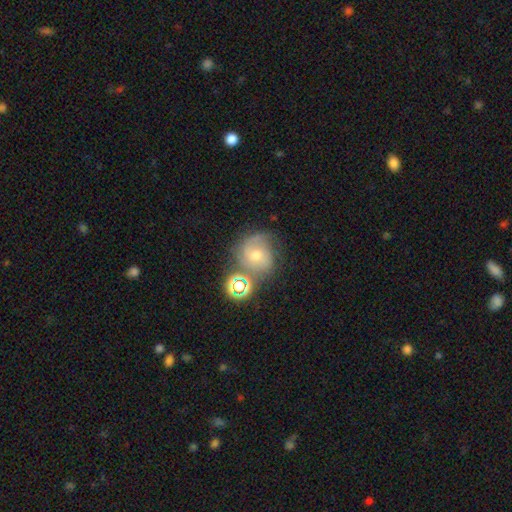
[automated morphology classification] A featured or disk galaxy (61%) with no bar (66%), 2 (52%) medium (44%) spiral arms (90%) and a moderate central bulge (54%).

Vote fractions:
- Smooth or featured? featured or disk: 61% / smooth: 22% / star or artifact: 17%
- Edge-on disk? no: 97% / yes: 3%
- Bar? no: 66% / weak: 28% / strong: 6%
- Spiral arms? yes: 90% / no: 10%
- Spiral winding? medium: 44% / tight: 39% / loose: 17%
- Spiral arm count? 2: 52% / can't tell: 20% / 3: 13% / 1: 10% / 4: 3% / more than 4: 3%
- Bulge size? moderate: 54% / small: 40% / large: 3% / none: 2% / dominant: 1%
- Merging? none: 59% / minor disturbance: 19% / merger: 12% / major disturbance: 10%